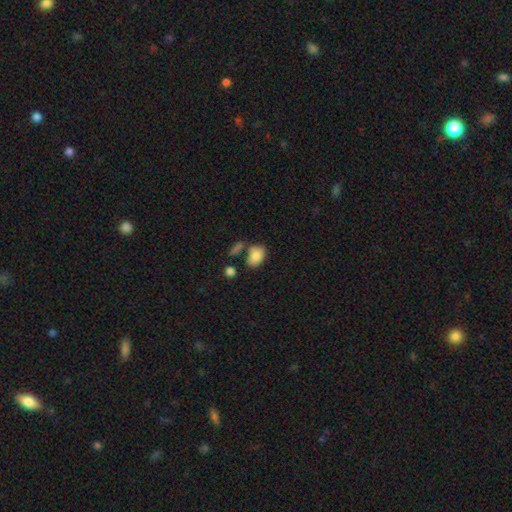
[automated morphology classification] Smooth or featured?
  - smooth: 84% *
  - featured or disk: 8%
  - star or artifact: 8%
How rounded?
  - in between: 83% *
  - round: 16%
  - cigar-shaped: 1%
Merging?
  - none: 60% *
  - minor disturbance: 18%
  - merger: 17%
  - major disturbance: 6%